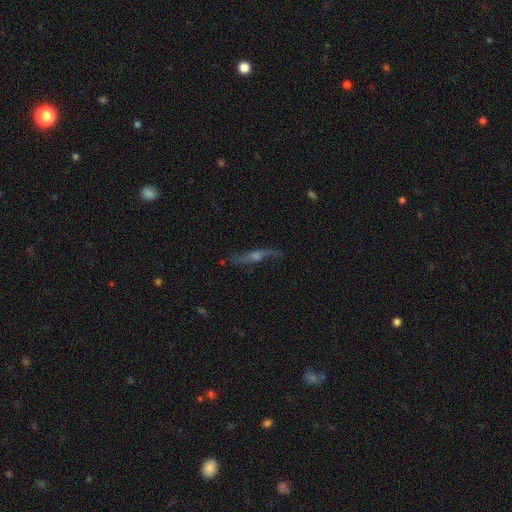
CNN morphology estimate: type=featured or disk (75%); edge-on=yes (67%); merging=none (75%).